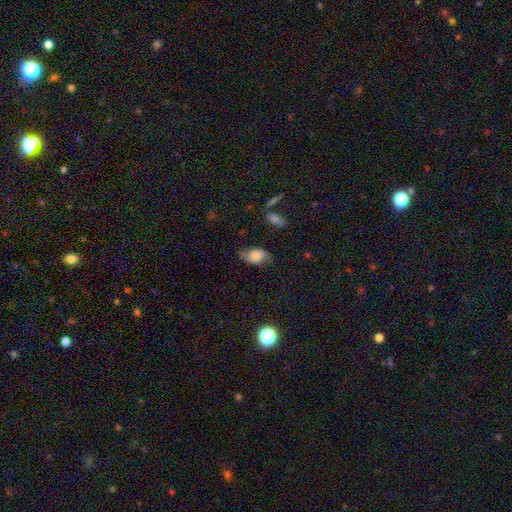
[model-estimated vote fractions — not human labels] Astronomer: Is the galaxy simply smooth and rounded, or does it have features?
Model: smooth — 68%.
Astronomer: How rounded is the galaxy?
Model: in between — 89%.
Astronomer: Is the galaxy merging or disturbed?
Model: none — 62%.